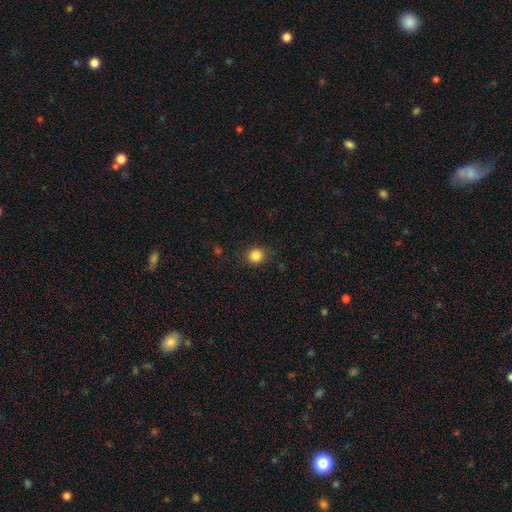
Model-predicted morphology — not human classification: This appears to be a smooth galaxy with no disk features (85%) that is round (88%). Merging: none (88%).